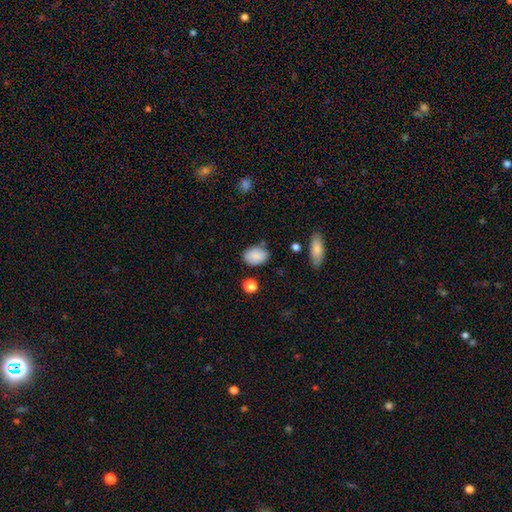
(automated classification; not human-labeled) Smooth or featured?
  - smooth: 87% *
  - star or artifact: 7%
  - featured or disk: 6%
How rounded?
  - in between: 82% *
  - round: 17%
  - cigar-shaped: 1%
Merging?
  - none: 73% *
  - minor disturbance: 19%
  - merger: 4%
  - major disturbance: 4%